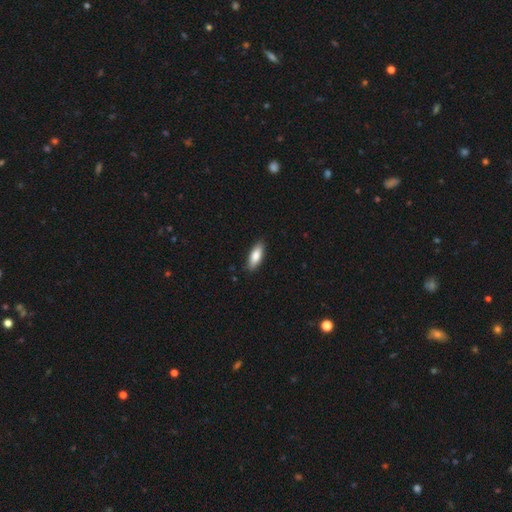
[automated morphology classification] A smooth galaxy with no disk features (82%) that is in between round and cigar-shaped (68%).

Vote fractions:
- Smooth or featured? smooth: 82% / featured or disk: 12% / star or artifact: 6%
- How rounded? in between: 68% / cigar-shaped: 30% / round: 2%
- Merging? none: 87% / minor disturbance: 10% / major disturbance: 2% / merger: 1%